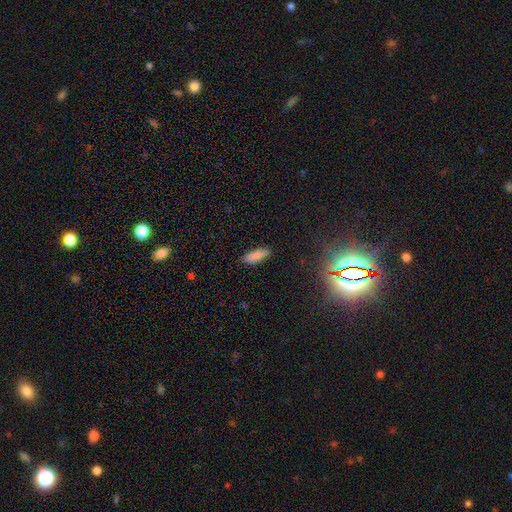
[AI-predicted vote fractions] Q: Smooth or featured?
A: smooth (86%); runner-up: star or artifact (8%)
Q: How rounded?
A: in between (66%); runner-up: cigar-shaped (32%)
Q: Merging?
A: none (86%); runner-up: minor disturbance (10%)